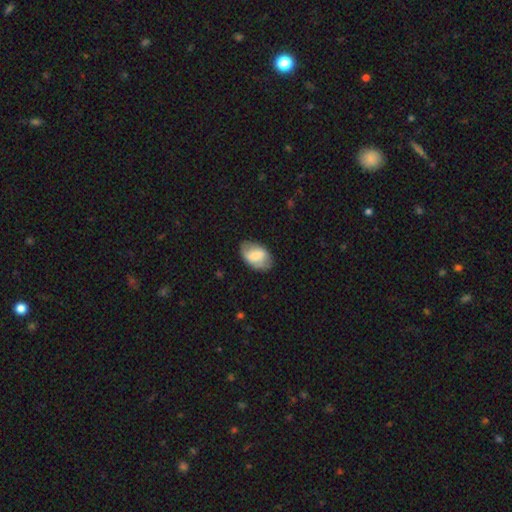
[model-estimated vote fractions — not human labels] A smooth galaxy with no disk features (61%) that is in between round and cigar-shaped (89%).

Vote fractions:
- Smooth or featured? smooth: 61% / featured or disk: 32% / star or artifact: 7%
- How rounded? in between: 89% / round: 9% / cigar-shaped: 1%
- Merging? none: 73% / minor disturbance: 20% / major disturbance: 6% / merger: 1%